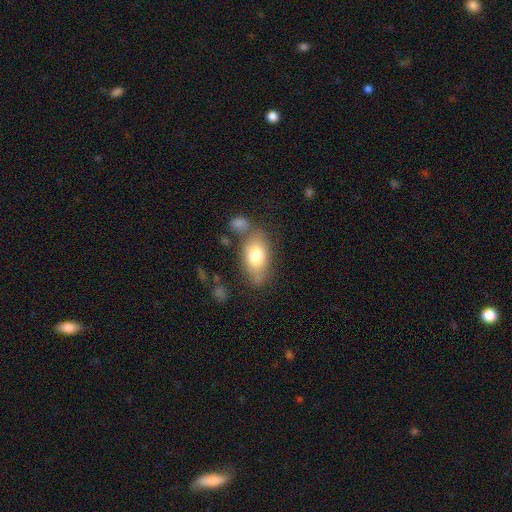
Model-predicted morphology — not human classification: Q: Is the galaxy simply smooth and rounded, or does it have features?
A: smooth — 74%.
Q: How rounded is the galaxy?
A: in between — 88%.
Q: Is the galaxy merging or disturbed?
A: none — 62%.